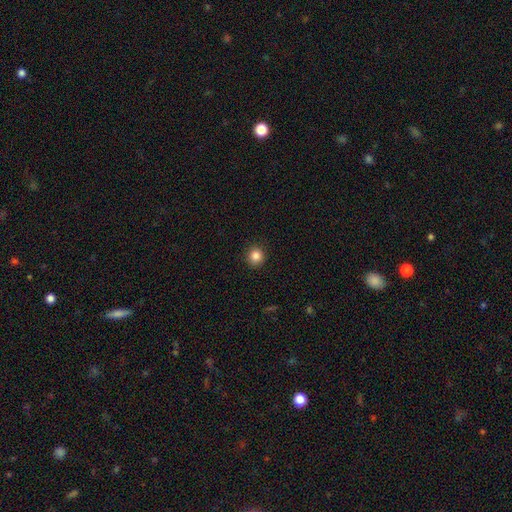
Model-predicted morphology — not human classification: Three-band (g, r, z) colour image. It shows a smooth galaxy with no disk features (85%) that is round (92%). Merging: none (92%).